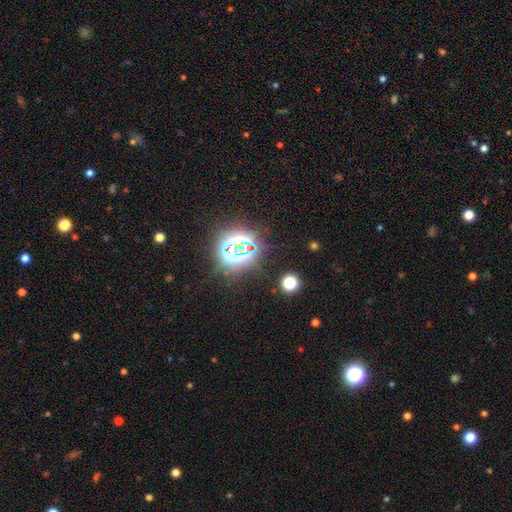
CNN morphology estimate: Overall: star or artifact (77%).